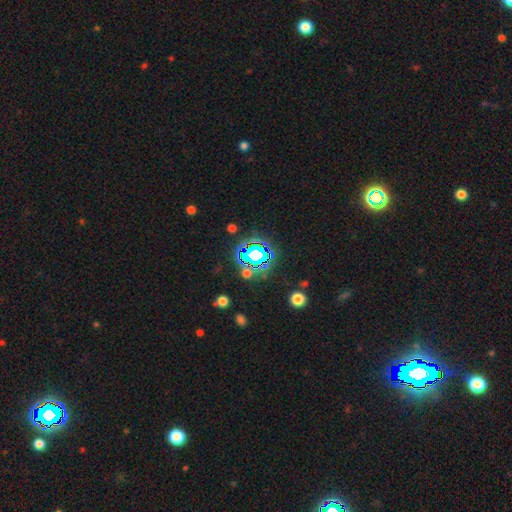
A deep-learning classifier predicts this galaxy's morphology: Smooth or featured: star or artifact — 67% (smooth — 20%)